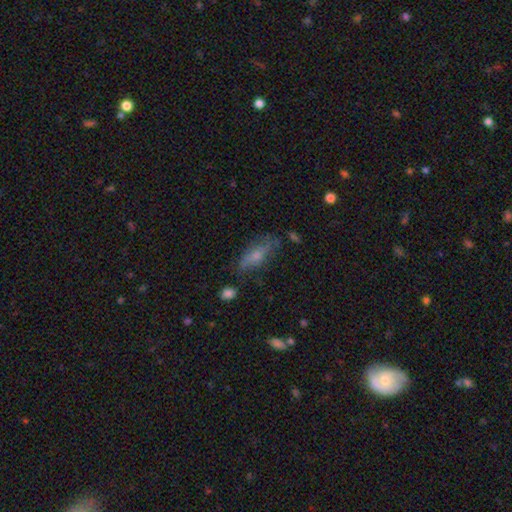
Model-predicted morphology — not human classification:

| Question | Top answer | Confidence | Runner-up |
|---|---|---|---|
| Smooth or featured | smooth | 54% | featured or disk (36%) |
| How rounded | in between | 61% | cigar-shaped (35%) |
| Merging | none | 63% | minor disturbance (25%) |